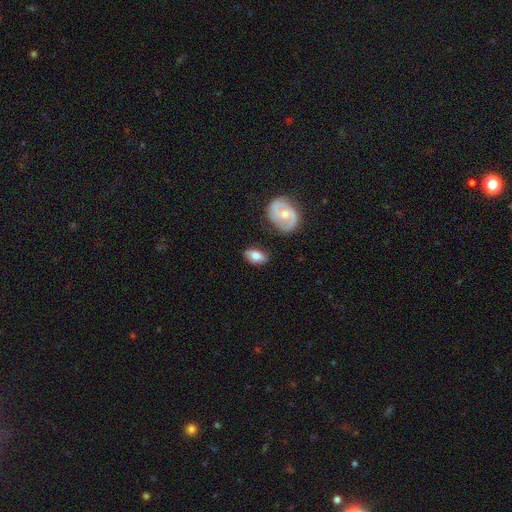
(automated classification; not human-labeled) smooth 74%, featured or disk 19%, star or artifact 6%. Down the decision tree: how rounded — in between (91%); merging — none (76%).